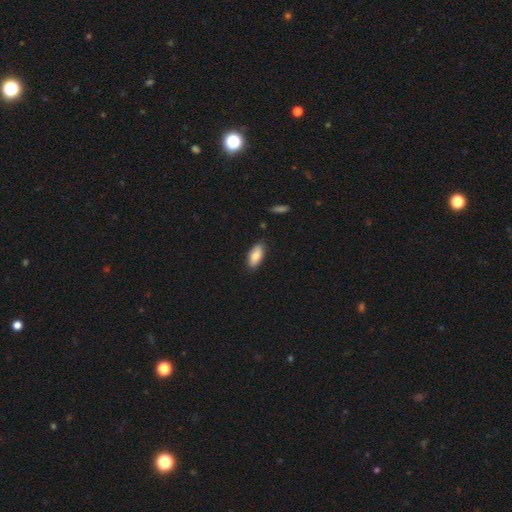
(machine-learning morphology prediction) type=smooth (82%); roundness=in between (88%); merging=none (84%).